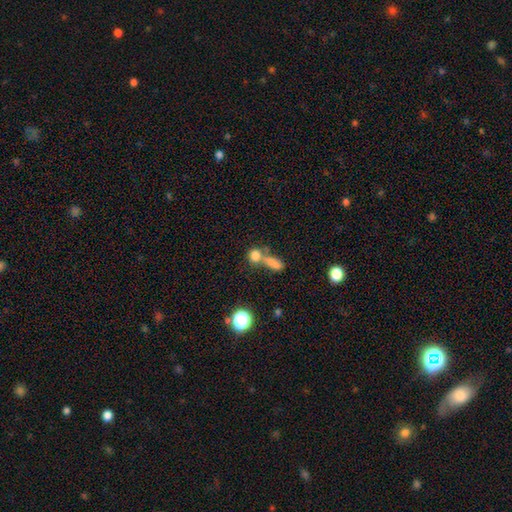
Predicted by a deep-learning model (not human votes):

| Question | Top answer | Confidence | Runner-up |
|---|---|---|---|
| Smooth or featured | smooth | 75% | star or artifact (14%) |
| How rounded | round | 64% | in between (29%) |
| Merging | merger | 51% | none (35%) |